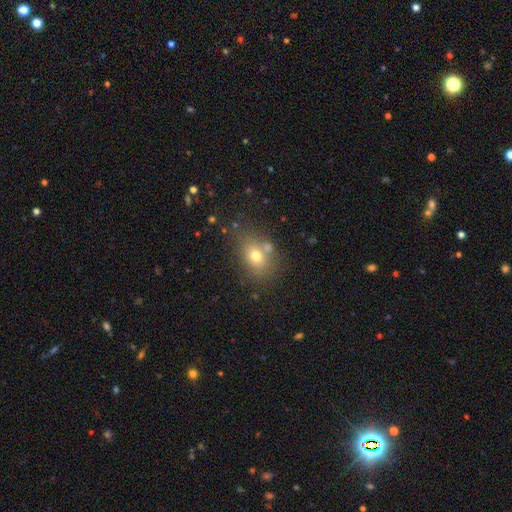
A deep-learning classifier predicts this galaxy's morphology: Smooth or featured?
  - smooth: 70% *
  - featured or disk: 16%
  - star or artifact: 14%
How rounded?
  - in between: 60% *
  - round: 39%
  - cigar-shaped: 1%
Merging?
  - none: 67% *
  - minor disturbance: 14%
  - merger: 14%
  - major disturbance: 5%